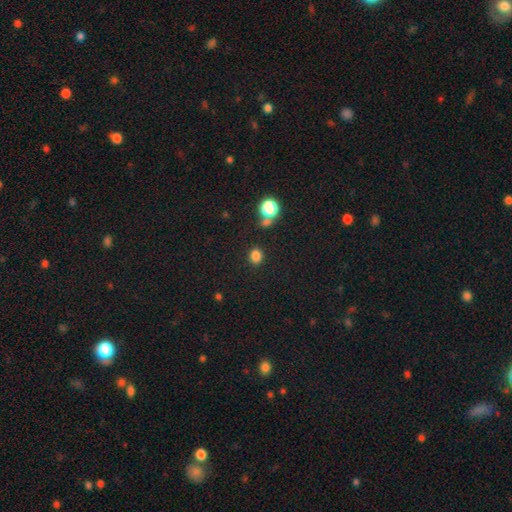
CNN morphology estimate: Smooth or featured? smooth (81%)
How rounded? round (63%)
Merging? none (81%)